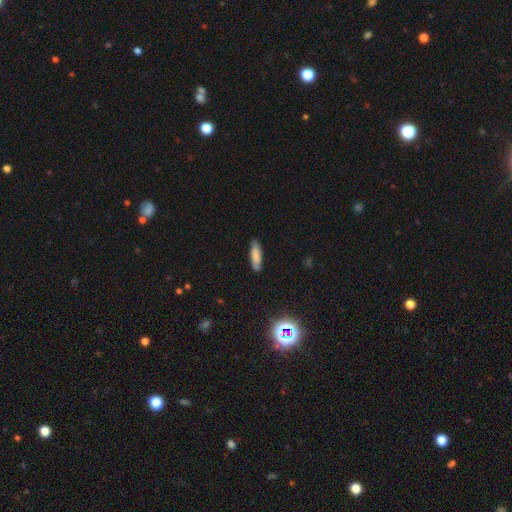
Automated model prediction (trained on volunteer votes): Smooth or featured? smooth (80%)
How rounded? cigar-shaped (57%)
Merging? none (84%)